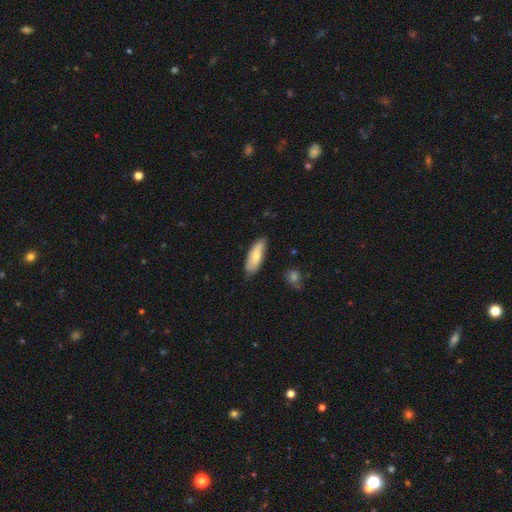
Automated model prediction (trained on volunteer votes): smooth_or_featured: smooth (p=0.68) [alt: featured or disk p=0.27]
how_rounded: in between (p=0.65) [alt: cigar-shaped p=0.33]
merging: none (p=0.75) [alt: minor disturbance p=0.20]